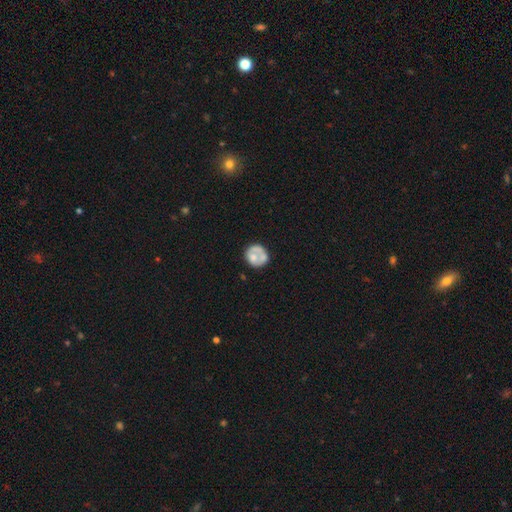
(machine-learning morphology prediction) A smooth galaxy with no disk features (57%) that is round (81%). Merging: none (54%).